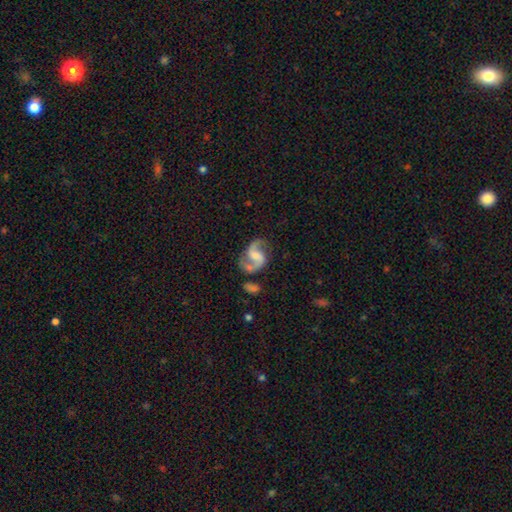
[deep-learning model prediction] A featured or disk galaxy (90%) with a weak bar (50%), 2 (93%) medium (54%) spiral arms (97%) and a small central bulge (39%, tied with moderate). Merging: none (68%).